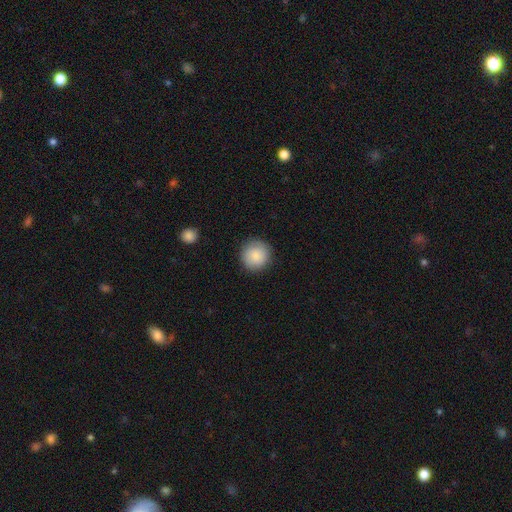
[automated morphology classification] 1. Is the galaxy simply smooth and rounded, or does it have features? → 86% smooth, 7% star or artifact, 7% featured or disk.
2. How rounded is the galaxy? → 95% round, 4% in between, 1% cigar-shaped.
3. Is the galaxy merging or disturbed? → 89% none, 8% minor disturbance, 2% major disturbance, 1% merger.